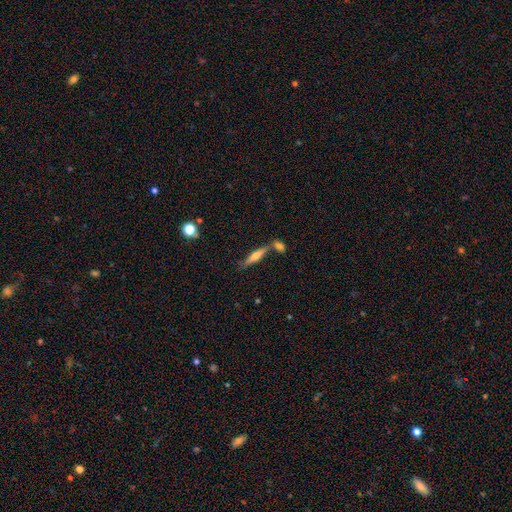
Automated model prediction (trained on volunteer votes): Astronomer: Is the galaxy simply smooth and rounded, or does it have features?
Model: featured or disk — 57% (runner-up: smooth, 36%).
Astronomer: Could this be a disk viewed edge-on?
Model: yes — 95%.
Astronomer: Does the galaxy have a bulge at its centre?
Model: rounded — 86%.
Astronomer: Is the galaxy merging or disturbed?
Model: none — 65%.